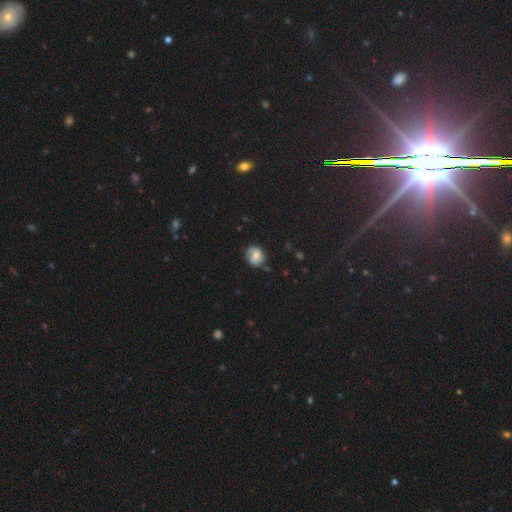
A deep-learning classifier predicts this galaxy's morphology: type=smooth (54%); roundness=round (63%); merging=none (63%).